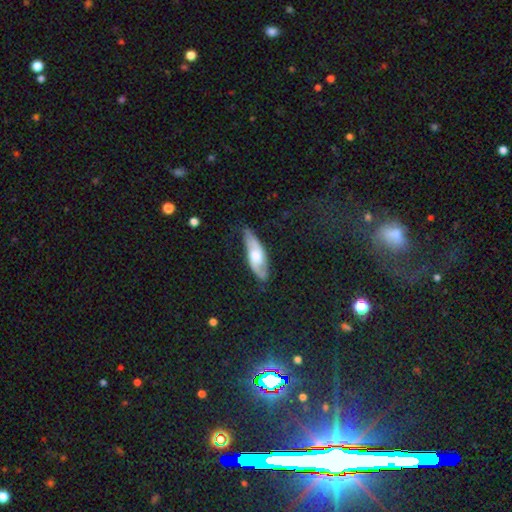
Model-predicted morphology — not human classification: This appears to be a featured or disk galaxy (55%). Merging: none (68%).